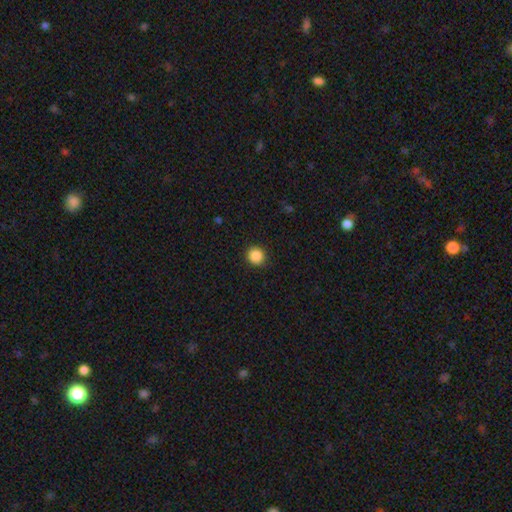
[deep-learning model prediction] Smooth or featured: smooth — 88% (star or artifact — 10%)
How rounded: round — 93% (in between — 6%)
Merging: none — 91% (minor disturbance — 6%)